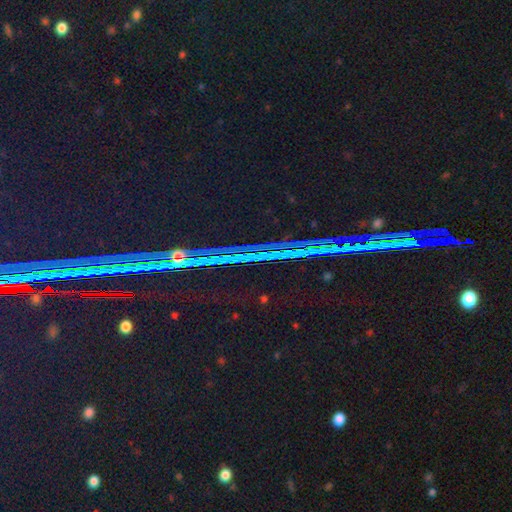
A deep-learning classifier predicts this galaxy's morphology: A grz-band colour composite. It shows a star or artifact, not a galaxy (86%).